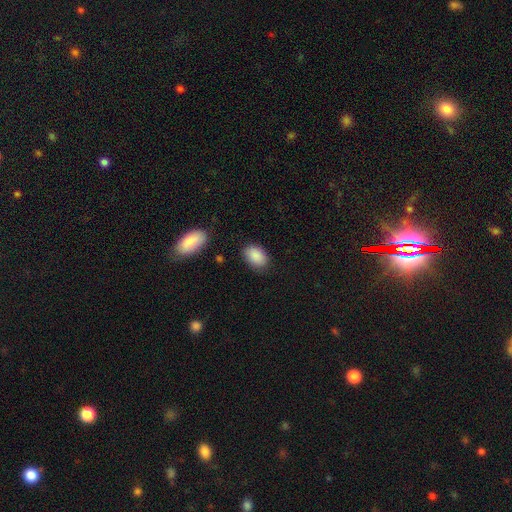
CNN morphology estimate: A smooth galaxy with no disk features (89%) that is in between round and cigar-shaped (88%). Merging: none (82%).